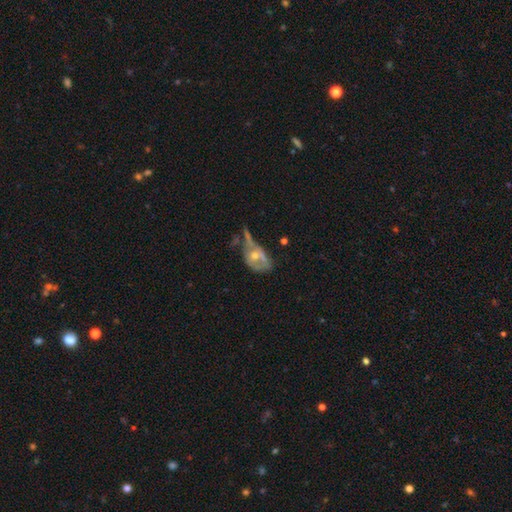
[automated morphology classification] type=featured or disk (50%); edge-on=no (92%); merging=major disturbance (34%).